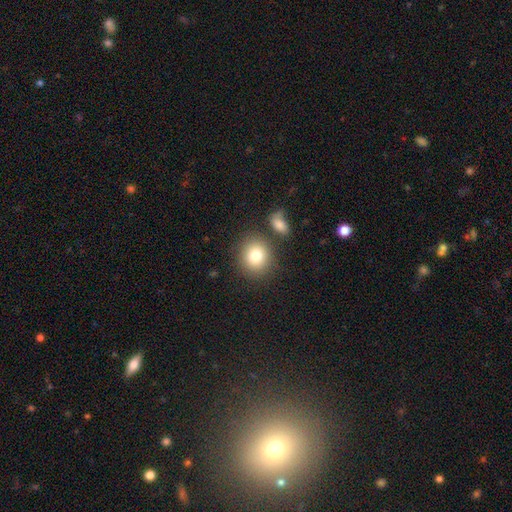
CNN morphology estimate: The model was most divided on "how rounded": round: 78%, in between: 21%, cigar-shaped: 1%. More confident: smooth or featured — smooth (81%); merging — none (77%).